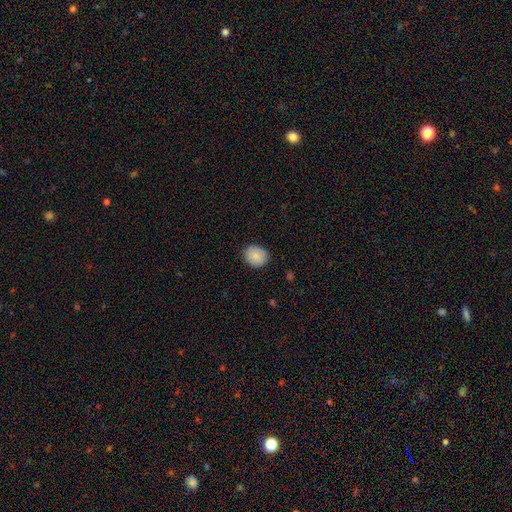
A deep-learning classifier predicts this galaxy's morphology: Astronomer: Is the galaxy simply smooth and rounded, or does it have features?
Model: smooth — 88%.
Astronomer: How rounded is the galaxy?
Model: round — 58% (runner-up: in between, 41%).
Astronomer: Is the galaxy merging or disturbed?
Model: none — 86%.